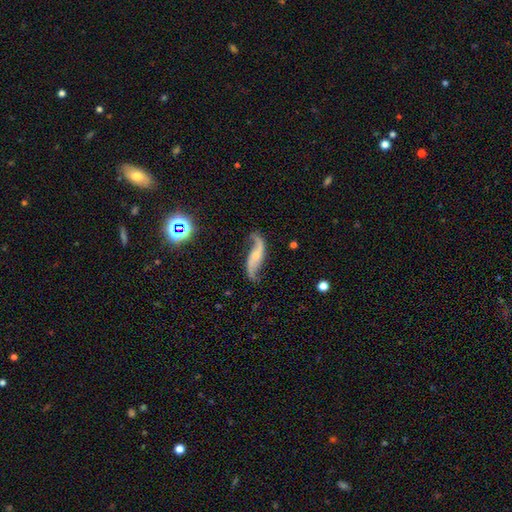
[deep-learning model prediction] A featured or disk galaxy (86%) with no bar (60%), 2 (93%) loose (89%) spiral arms (95%) and a small central bulge (60%).

Vote fractions:
- Smooth or featured? featured or disk: 86% / smooth: 8% / star or artifact: 6%
- Edge-on disk? no: 92% / yes: 8%
- Bar? no: 60% / weak: 27% / strong: 13%
- Spiral arms? yes: 95% / no: 5%
- Spiral winding? loose: 89% / medium: 8% / tight: 3%
- Spiral arm count? 2: 93% / 1: 2% / can't tell: 2% / 3: 1% / 4: 1% / more than 4: 1%
- Bulge size? small: 60% / moderate: 32% / none: 4% / large: 2% / dominant: 1%
- Merging? none: 71% / minor disturbance: 18% / major disturbance: 8% / merger: 3%